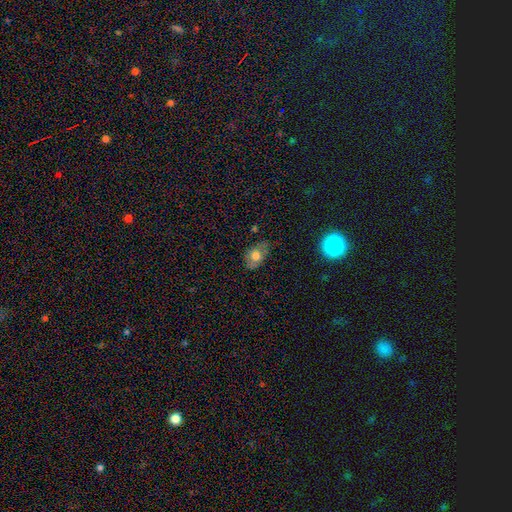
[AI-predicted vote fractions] Smooth or featured? smooth (70%)
How rounded? in between (84%)
Merging? none (73%)